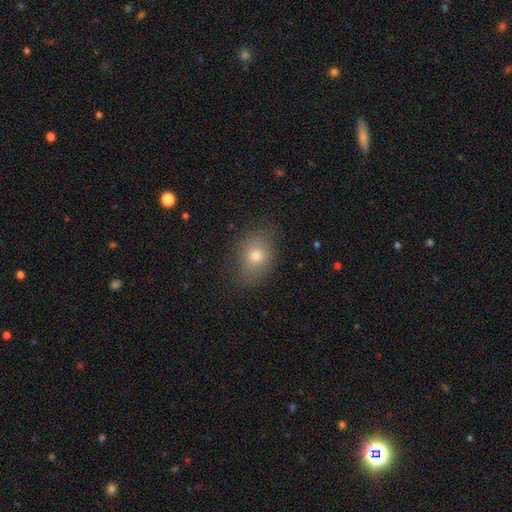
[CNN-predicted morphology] Overall: smooth (73%). How rounded: in between (62%; round 37%). Merging: none (79%).